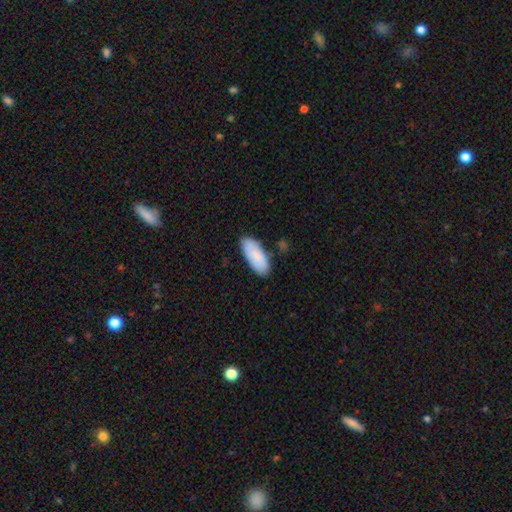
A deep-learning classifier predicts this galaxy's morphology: This appears to be a smooth galaxy with no disk features (83%) that is in between round and cigar-shaped (82%). Merging: none (77%).